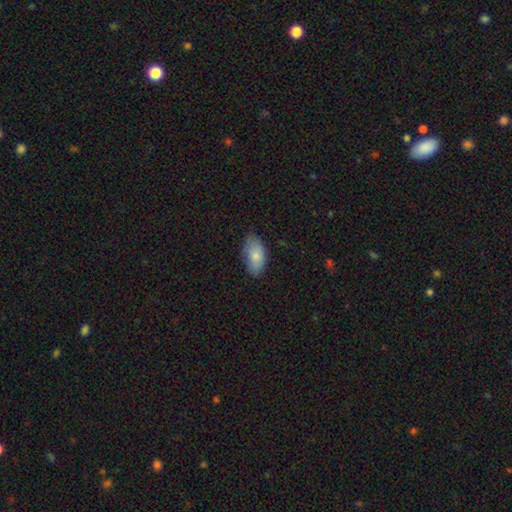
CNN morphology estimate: Overall: smooth (80%). How rounded: in between (93%). Merging: none (76%).